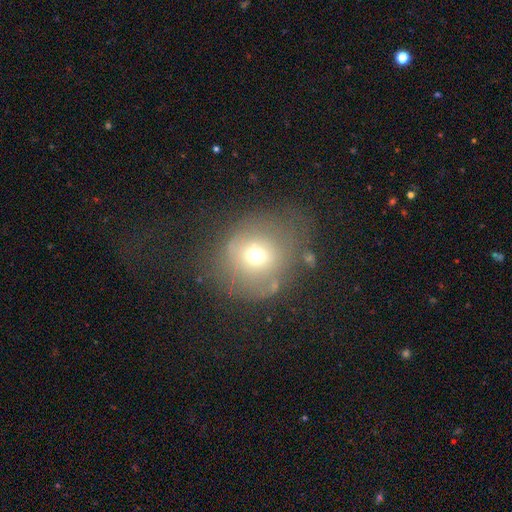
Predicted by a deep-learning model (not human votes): Smooth or featured? Predicted: smooth (p=0.61). How rounded? Predicted: round (p=0.83). Merging? Predicted: none (p=0.56).